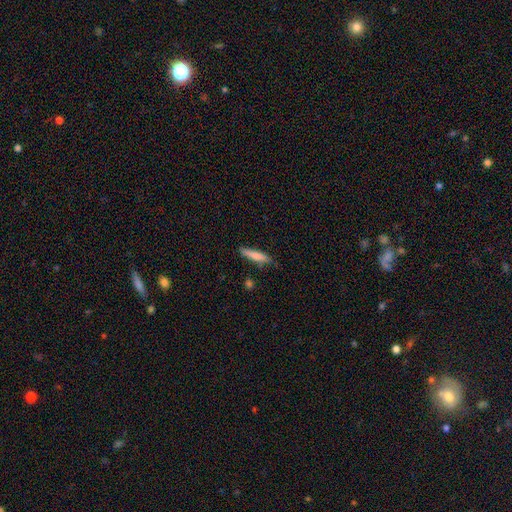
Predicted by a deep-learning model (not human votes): smooth 78%, featured or disk 17%, star or artifact 6%. Down the decision tree: how rounded — cigar-shaped (86%); merging — none (78%).